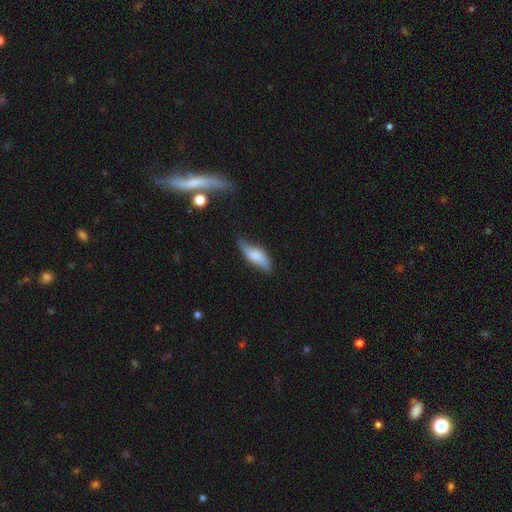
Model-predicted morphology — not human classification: smooth_or_featured: smooth (p=0.63) [alt: featured or disk p=0.31]
how_rounded: in between (p=0.65) [alt: cigar-shaped p=0.33]
merging: none (p=0.56) [alt: minor disturbance p=0.33]